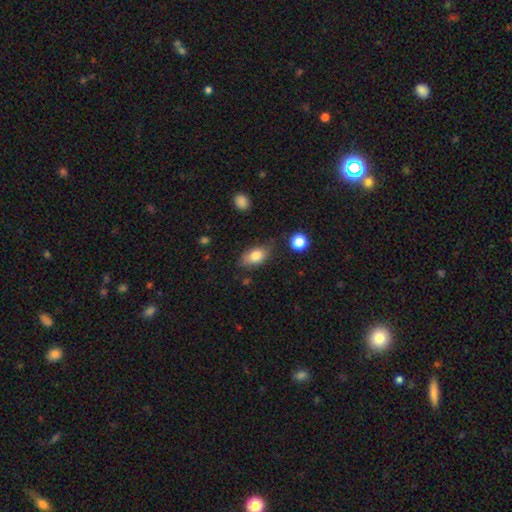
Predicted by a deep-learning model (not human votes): Q: Smooth or featured?
A: smooth (80%); runner-up: featured or disk (13%)
Q: How rounded?
A: in between (88%); runner-up: round (8%)
Q: Merging?
A: none (67%); runner-up: minor disturbance (24%)